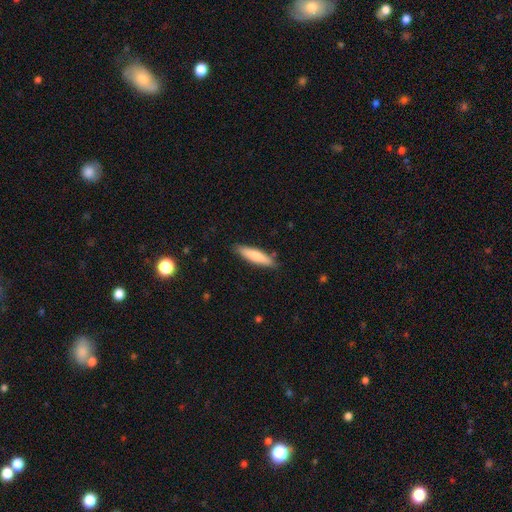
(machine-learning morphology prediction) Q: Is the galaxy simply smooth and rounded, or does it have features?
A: smooth — 75%.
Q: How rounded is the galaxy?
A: cigar-shaped — 76%.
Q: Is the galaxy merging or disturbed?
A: none — 85%.